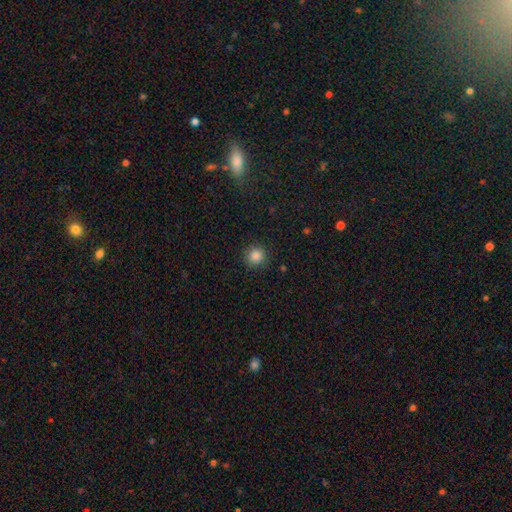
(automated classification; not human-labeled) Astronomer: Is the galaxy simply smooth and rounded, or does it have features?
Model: smooth — 86%.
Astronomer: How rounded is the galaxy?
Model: round — 94%.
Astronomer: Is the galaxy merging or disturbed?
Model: none — 91%.